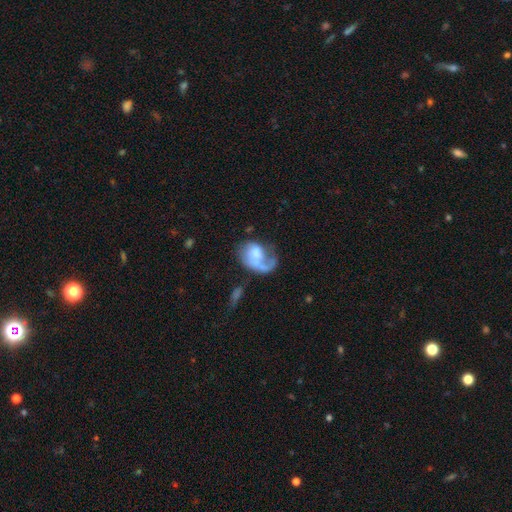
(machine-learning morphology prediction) featured or disk 53%, smooth 40%, star or artifact 7%. Down the decision tree: edge-on disk — no (98%); bar — no (76%); spiral arms — yes (65%); bulge size — moderate (32%); merging — major disturbance (47%).